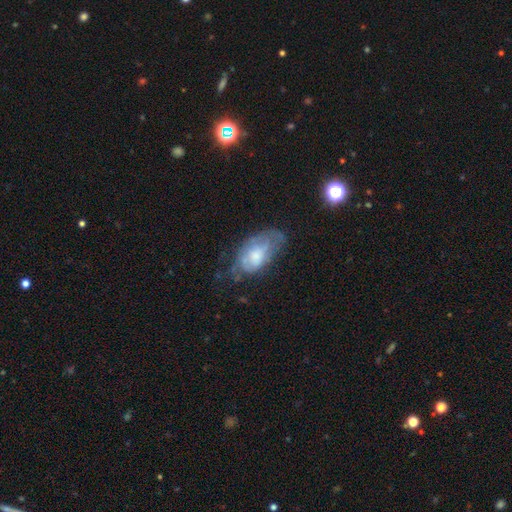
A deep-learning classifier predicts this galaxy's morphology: The model was most divided on "merging": none: 42%, minor disturbance: 32%, major disturbance: 23%, merger: 2%. More confident: edge-on disk — no (92%); smooth or featured — featured or disk (52%).